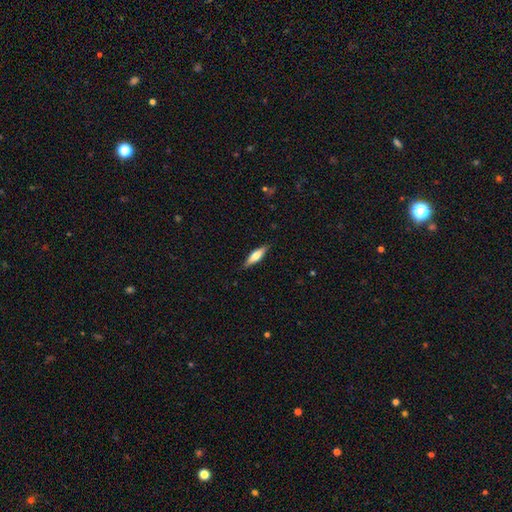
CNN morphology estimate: Smooth or featured?
  - smooth: 52% *
  - featured or disk: 42%
  - star or artifact: 6%
How rounded?
  - cigar-shaped: 67% *
  - in between: 31%
  - round: 2%
Merging?
  - none: 87% *
  - minor disturbance: 10%
  - major disturbance: 2%
  - merger: 1%